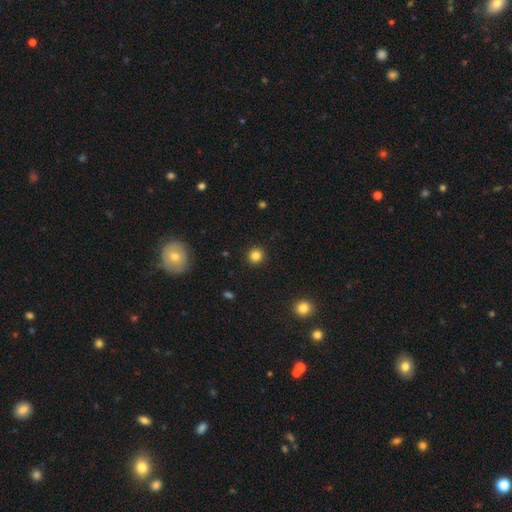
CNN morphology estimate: smooth_or_featured: smooth (p=0.84) [alt: star or artifact p=0.12]
how_rounded: round (p=0.93) [alt: in between p=0.06]
merging: none (p=0.93) [alt: minor disturbance p=0.05]